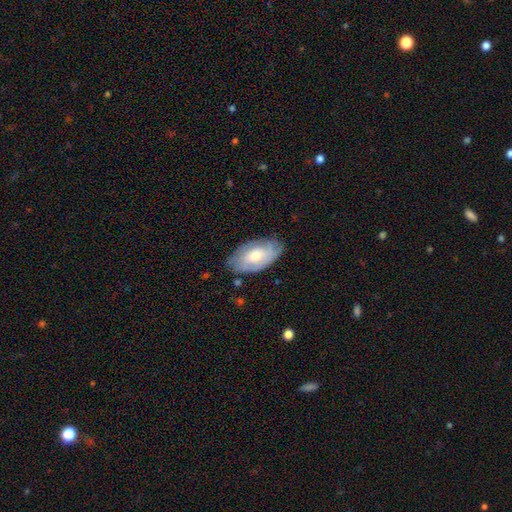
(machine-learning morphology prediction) A featured or disk galaxy (52%).

Vote fractions:
- Smooth or featured? featured or disk: 52% / smooth: 42% / star or artifact: 7%
- Edge-on disk? no: 91% / yes: 9%
- Merging? none: 71% / minor disturbance: 22% / major disturbance: 5% / merger: 2%